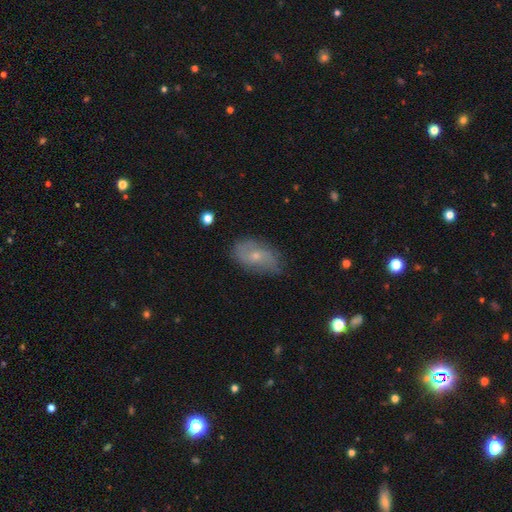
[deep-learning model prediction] A featured or disk galaxy (47%). Merging: none (70%).